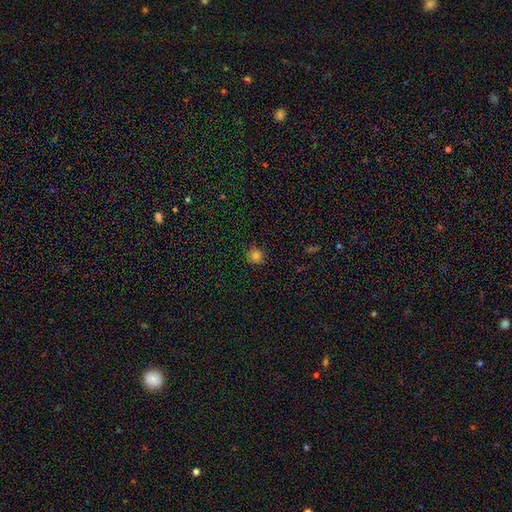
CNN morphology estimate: A smooth galaxy with no disk features (81%) that is round (94%). Merging: none (89%).